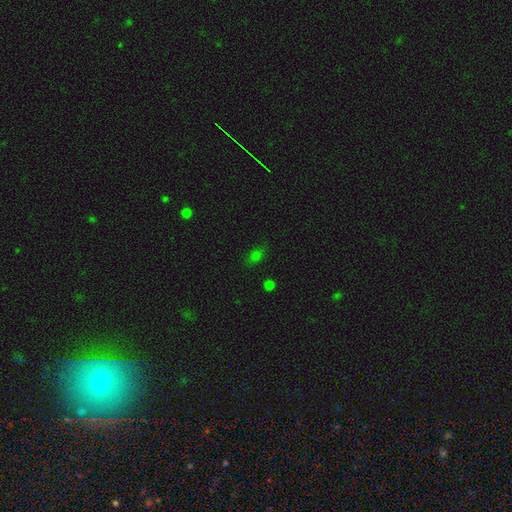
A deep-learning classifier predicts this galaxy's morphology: A smooth galaxy with no disk features (72%) that is in between round and cigar-shaped (77%).

Vote fractions:
- Smooth or featured? smooth: 72% / star or artifact: 21% / featured or disk: 6%
- How rounded? in between: 77% / round: 18% / cigar-shaped: 5%
- Merging? none: 79% / minor disturbance: 14% / major disturbance: 4% / merger: 2%